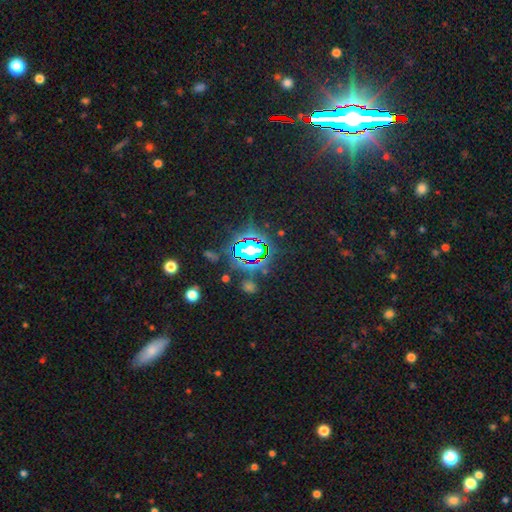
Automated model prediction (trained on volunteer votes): star or artifact 81%, smooth 11%, featured or disk 8%.